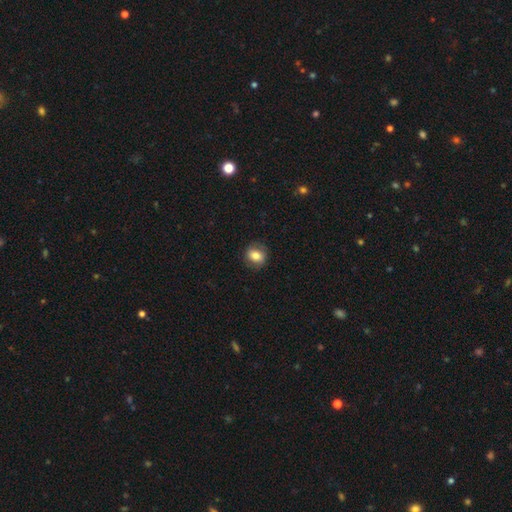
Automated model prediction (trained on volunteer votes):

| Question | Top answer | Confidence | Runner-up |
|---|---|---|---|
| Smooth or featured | smooth | 75% | featured or disk (16%) |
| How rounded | round | 60% | in between (39%) |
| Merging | none | 82% | minor disturbance (13%) |